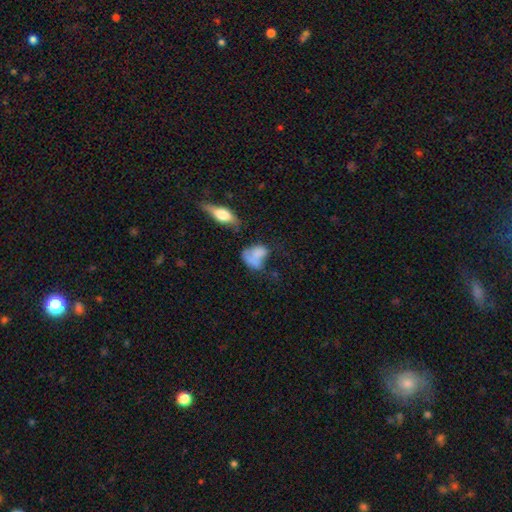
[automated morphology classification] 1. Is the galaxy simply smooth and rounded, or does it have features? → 64% smooth, 25% featured or disk, 11% star or artifact.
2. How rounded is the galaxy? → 74% in between, 23% round, 3% cigar-shaped.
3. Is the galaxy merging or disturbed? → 28% major disturbance, 27% none, 24% minor disturbance, 21% merger.